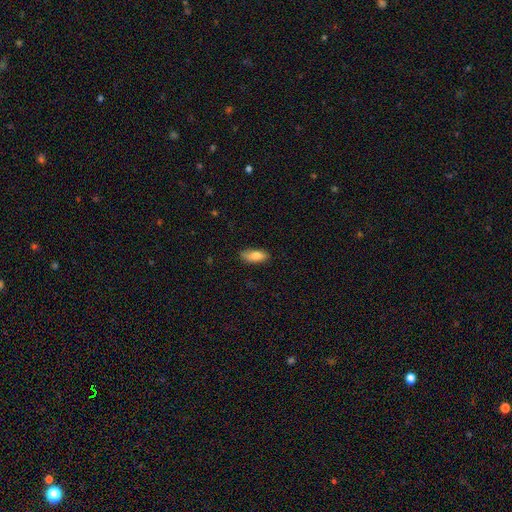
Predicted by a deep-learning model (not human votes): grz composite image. It shows a smooth galaxy with no disk features (85%) that is in between round and cigar-shaped (79%). Merging: none (77%).